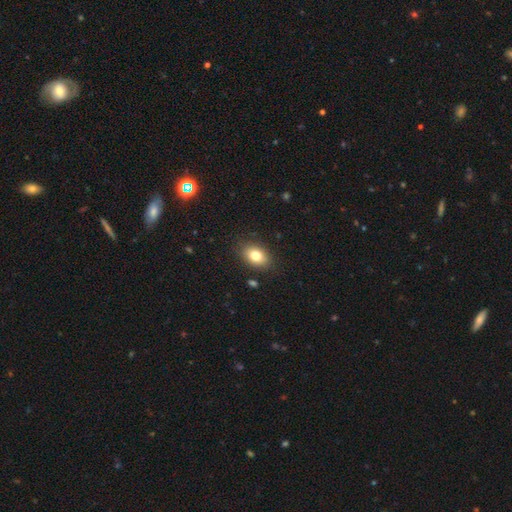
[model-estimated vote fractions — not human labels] Smooth or featured? smooth (80%)
How rounded? in between (80%)
Merging? none (86%)